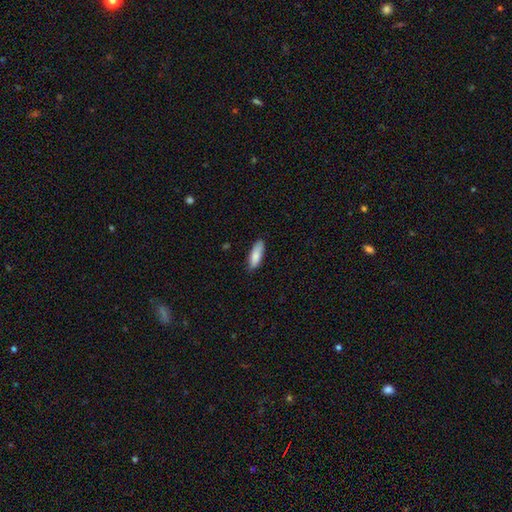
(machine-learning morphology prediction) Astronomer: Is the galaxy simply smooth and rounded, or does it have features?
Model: smooth — 86%.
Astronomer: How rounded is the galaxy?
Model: in between — 59% (runner-up: cigar-shaped, 40%).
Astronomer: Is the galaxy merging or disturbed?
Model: none — 81%.